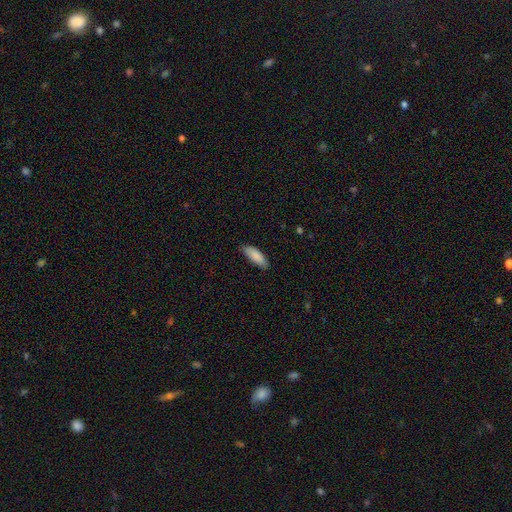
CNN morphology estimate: The model was most divided on "how rounded": in between: 68%, cigar-shaped: 31%, round: 1%. More confident: smooth or featured — smooth (88%); merging — none (81%).